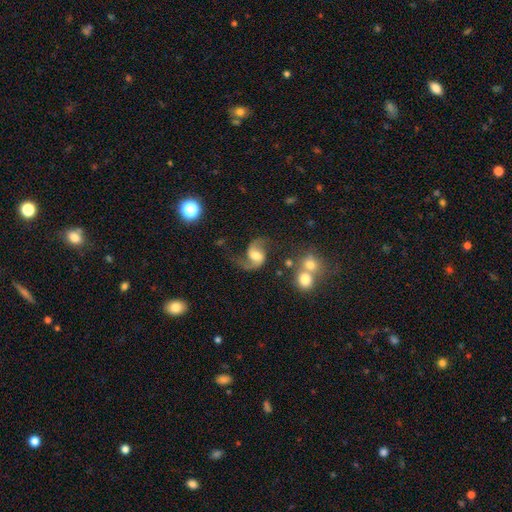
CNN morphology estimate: This appears to be a featured or disk galaxy (85%) with a weak bar (48%), 2 (91%) loose (57%) spiral arms (96%) and a moderate central bulge (58%). Merging: none (64%).